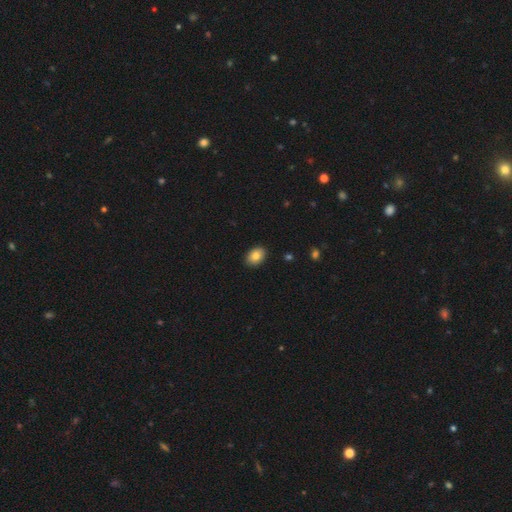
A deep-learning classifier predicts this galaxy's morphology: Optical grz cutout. It shows a smooth galaxy with no disk features (84%) that is in between round and cigar-shaped (81%). Merging: none (90%).